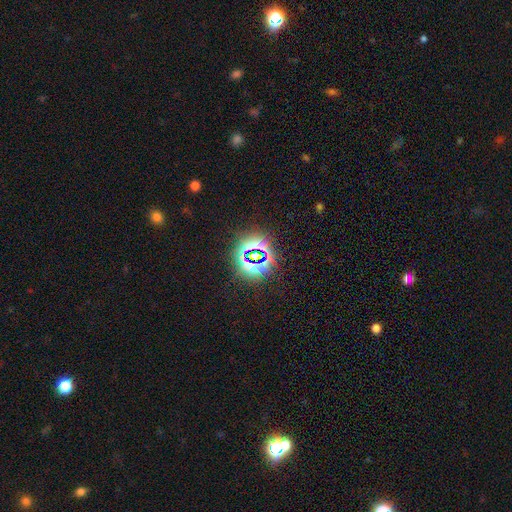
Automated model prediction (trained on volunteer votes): star or artifact 77%, smooth 14%, featured or disk 9%.